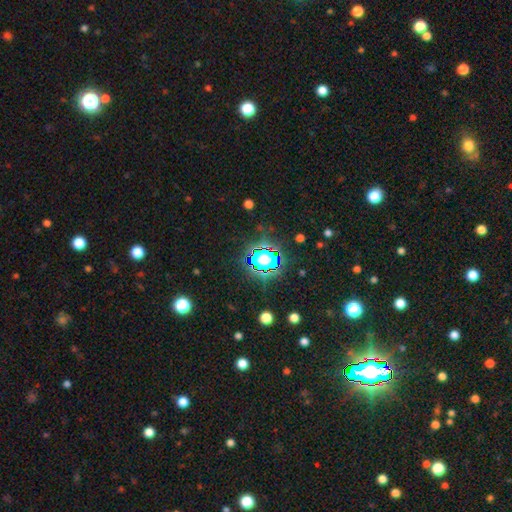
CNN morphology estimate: Overall: star or artifact (83%).